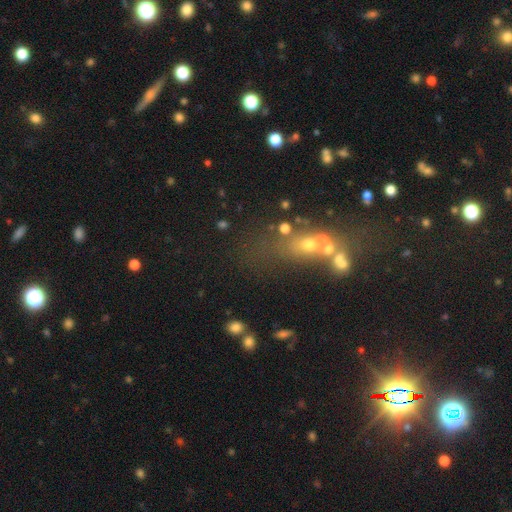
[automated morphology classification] This appears to be a star or artifact, not a galaxy (42%).